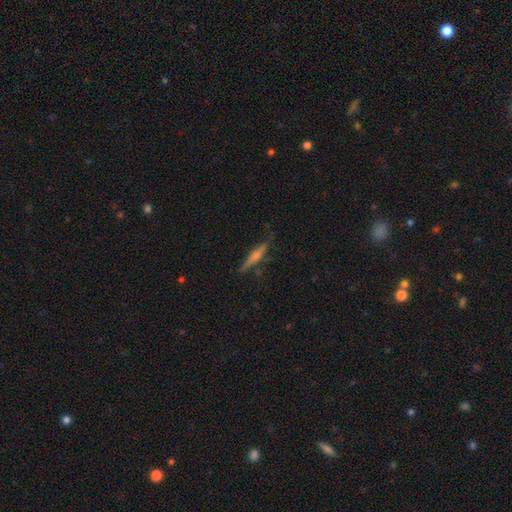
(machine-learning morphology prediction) smooth-or-featured: featured or disk: 47% | smooth: 46% | star or artifact: 7%
  merging: none: 77% | minor disturbance: 17% | major disturbance: 4% | merger: 3%